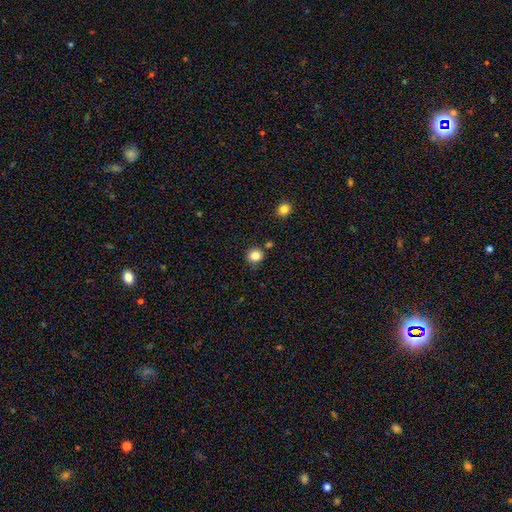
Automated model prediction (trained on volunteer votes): Smooth or featured: smooth — 84% (star or artifact — 12%)
How rounded: round — 85% (in between — 14%)
Merging: none — 82% (minor disturbance — 10%)